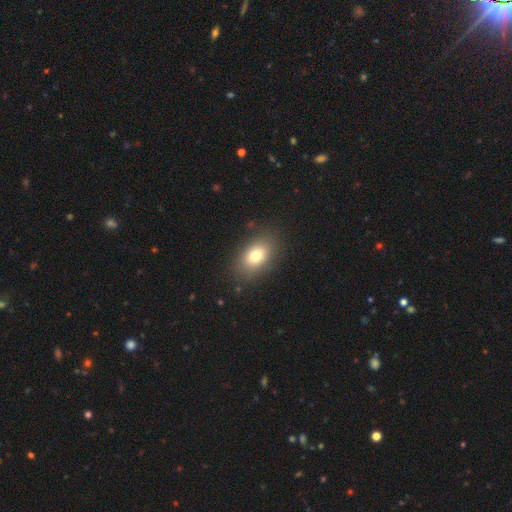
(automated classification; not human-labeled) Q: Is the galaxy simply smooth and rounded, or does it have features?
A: smooth — 78%.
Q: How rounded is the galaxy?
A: in between — 84%.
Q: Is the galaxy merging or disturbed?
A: none — 84%.